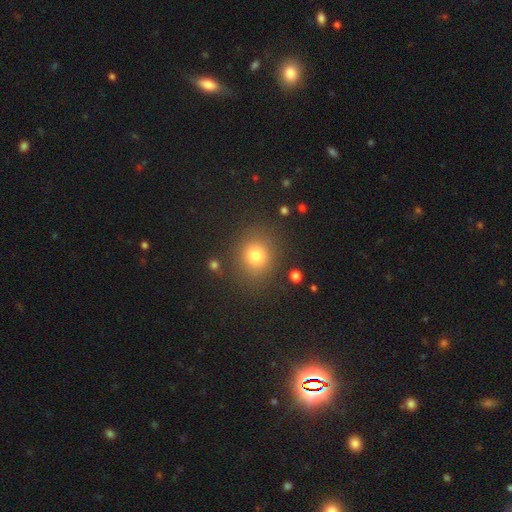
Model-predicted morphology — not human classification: smooth 78%, star or artifact 15%, featured or disk 8%. Down the decision tree: how rounded — round (77%); merging — none (83%).